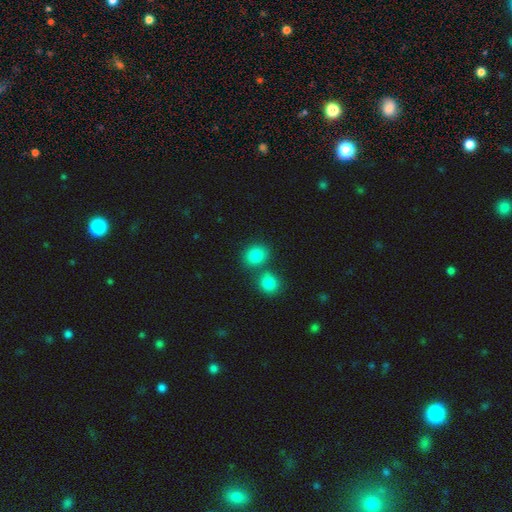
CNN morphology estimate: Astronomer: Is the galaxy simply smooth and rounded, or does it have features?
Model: smooth — 83%.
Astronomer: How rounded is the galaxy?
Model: round — 69%.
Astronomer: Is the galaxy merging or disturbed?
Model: none — 61%.